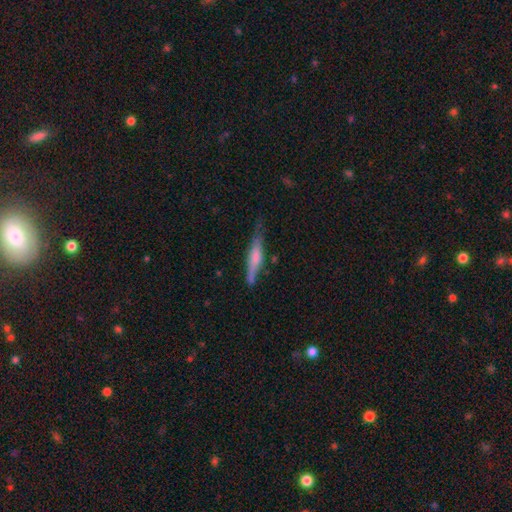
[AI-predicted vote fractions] This is possibly a featured or disk galaxy (58%). It is clearly viewed edge-on (93%). Edge-on bulge: possibly rounded (55%). Merging: likely none (73%).